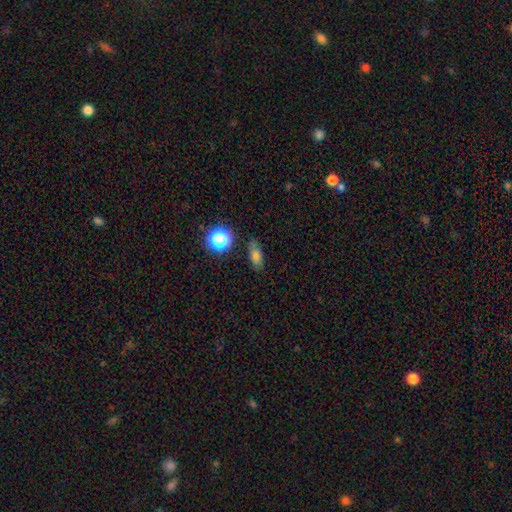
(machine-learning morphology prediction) type=smooth (72%); roundness=in between (70%); merging=none (75%).